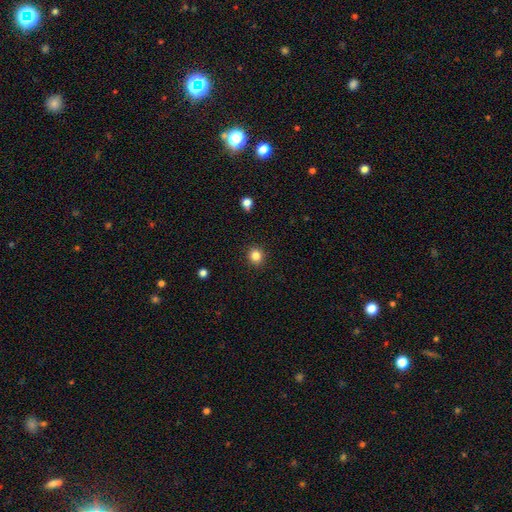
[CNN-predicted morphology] A smooth galaxy with no disk features (84%) that is round (87%). Merging: none (91%).